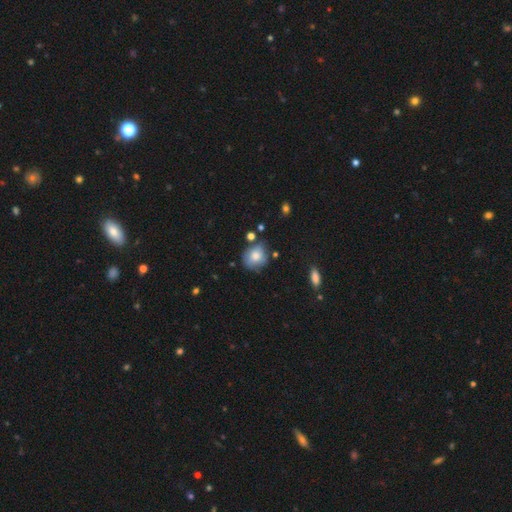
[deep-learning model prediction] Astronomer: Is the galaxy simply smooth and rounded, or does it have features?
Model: smooth — 75%.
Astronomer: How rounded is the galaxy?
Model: round — 75%.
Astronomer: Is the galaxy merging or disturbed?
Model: none — 64%.